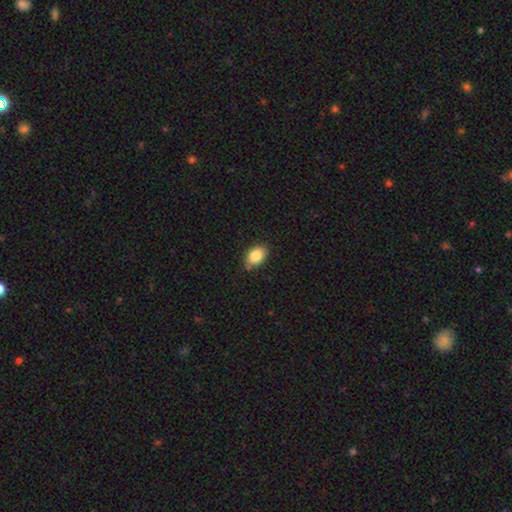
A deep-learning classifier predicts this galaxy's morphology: Smooth or featured? Predicted: smooth (p=0.85). How rounded? Predicted: in between (p=0.83). Merging? Predicted: none (p=0.80).